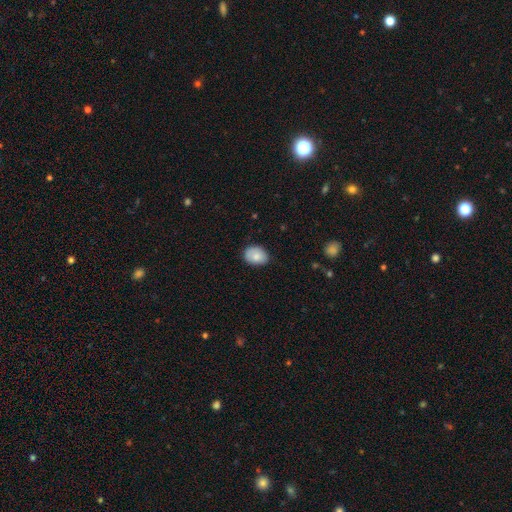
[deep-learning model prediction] smooth 83%, featured or disk 10%, star or artifact 7%. Down the decision tree: how rounded — in between (69%); merging — none (77%).